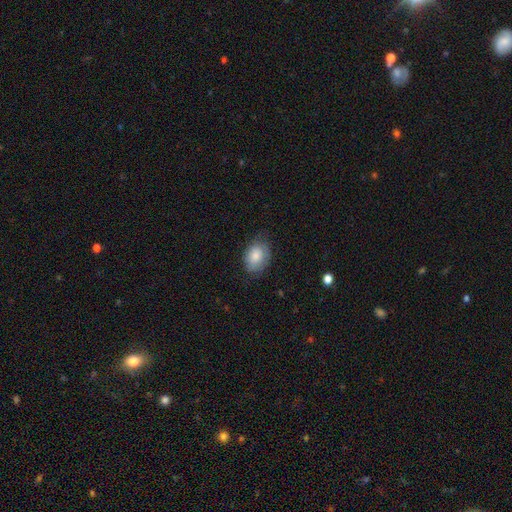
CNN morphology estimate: smooth 78%, featured or disk 15%, star or artifact 7%. Down the decision tree: how rounded — in between (80%); merging — none (64%).